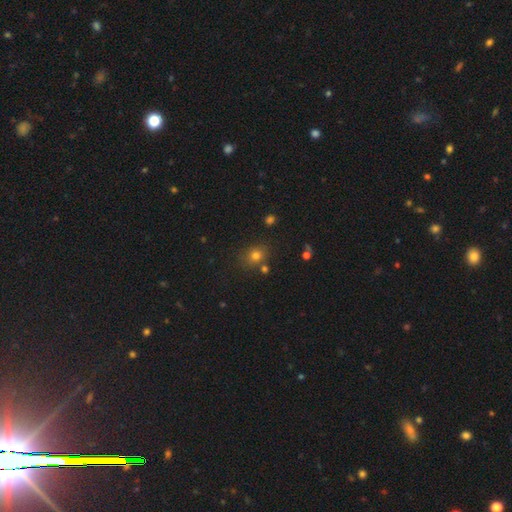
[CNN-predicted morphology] Smooth or featured: smooth — 75% (star or artifact — 17%)
How rounded: round — 68% (in between — 32%)
Merging: none — 74% (minor disturbance — 12%)